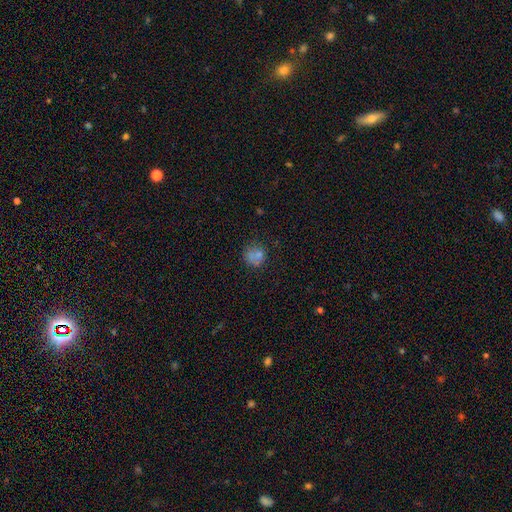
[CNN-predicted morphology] Smooth or featured? smooth (69%)
How rounded? round (82%)
Merging? none (59%)